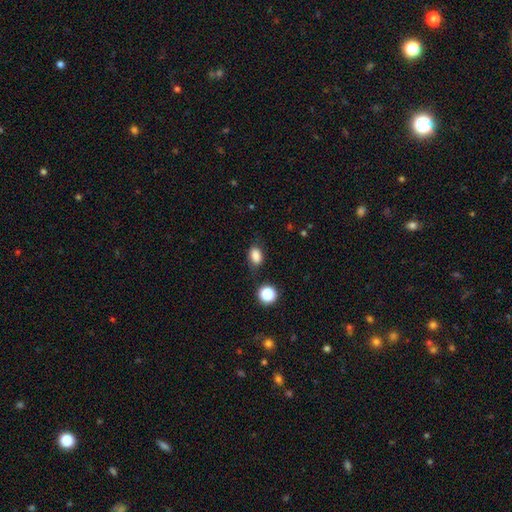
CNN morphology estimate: A smooth galaxy with no disk features (84%) that is in between round and cigar-shaped (79%).

Vote fractions:
- Smooth or featured? smooth: 84% / star or artifact: 11% / featured or disk: 5%
- How rounded? in between: 79% / round: 19% / cigar-shaped: 2%
- Merging? none: 72% / minor disturbance: 19% / major disturbance: 6% / merger: 4%